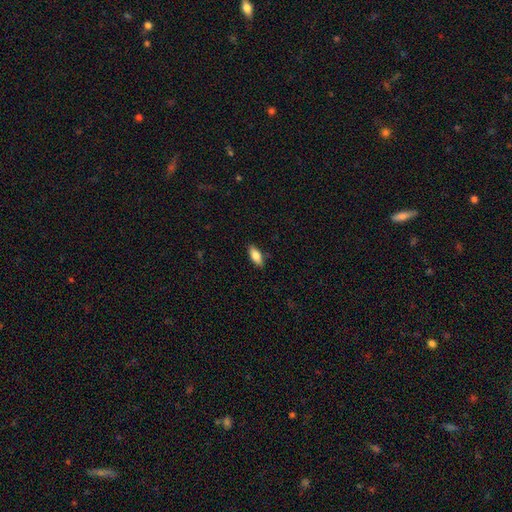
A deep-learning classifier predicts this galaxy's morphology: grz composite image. It shows a smooth galaxy with no disk features (79%) that is in between round and cigar-shaped (80%). Merging: none (87%).